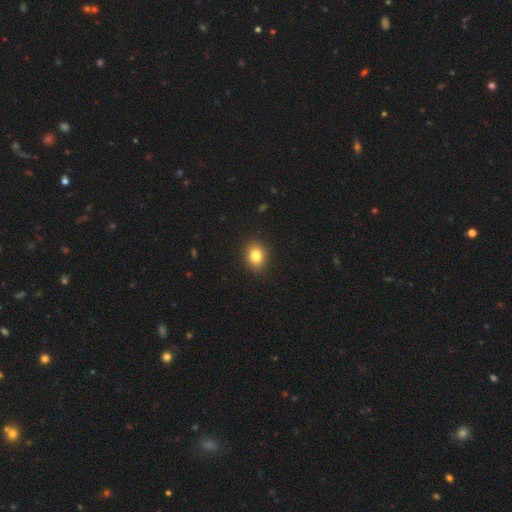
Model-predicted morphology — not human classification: This is clearly a smooth galaxy (82%). How rounded: possibly in between (50%). Merging: clearly none (90%).